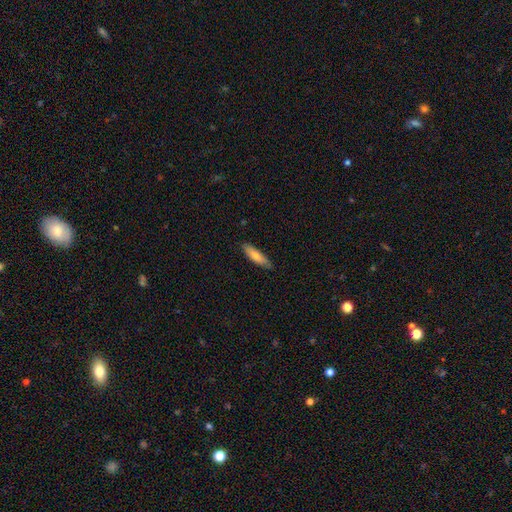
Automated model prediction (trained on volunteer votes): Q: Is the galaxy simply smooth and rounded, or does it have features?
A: smooth — 76%.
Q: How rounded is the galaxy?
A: cigar-shaped — 69%.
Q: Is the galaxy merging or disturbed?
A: none — 84%.